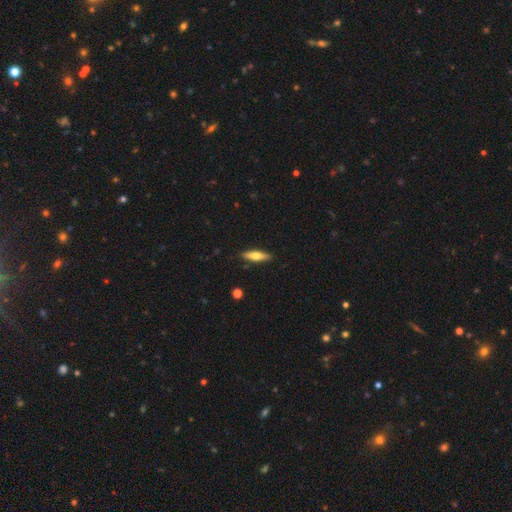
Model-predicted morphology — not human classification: smooth-or-featured: smooth: 59% | featured or disk: 35% | star or artifact: 6%
  how-rounded: cigar-shaped: 66% | in between: 32% | round: 2%
  merging: none: 88% | minor disturbance: 8% | major disturbance: 2% | merger: 1%